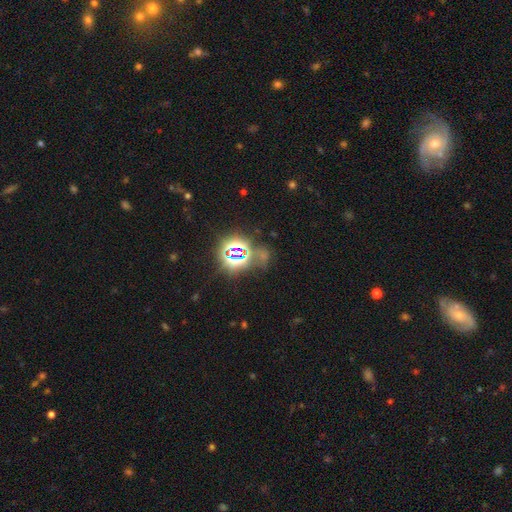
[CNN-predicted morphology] This is likely a star or artifact rather than a galaxy (75%).